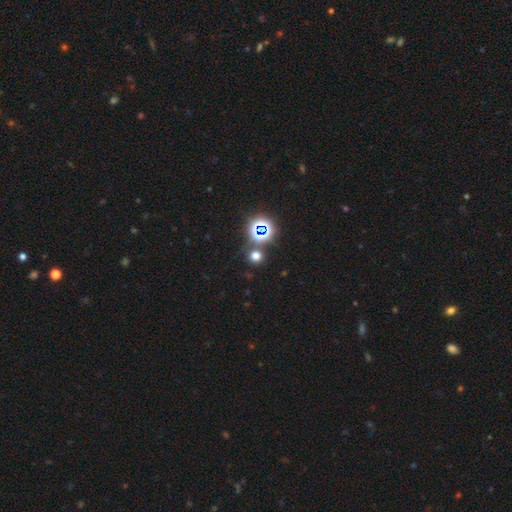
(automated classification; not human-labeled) The model was most divided on "smooth or featured": smooth: 61%, star or artifact: 33%, featured or disk: 6%. More confident: how rounded — round (87%); merging — none (80%).